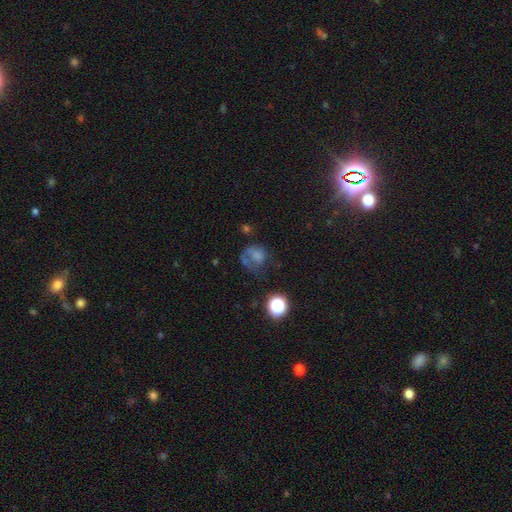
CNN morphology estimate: Smooth or featured?
  - smooth: 53% *
  - featured or disk: 29%
  - star or artifact: 18%
How rounded?
  - round: 65% *
  - in between: 34%
  - cigar-shaped: 1%
Merging?
  - major disturbance: 38% *
  - none: 35%
  - minor disturbance: 20%
  - merger: 7%